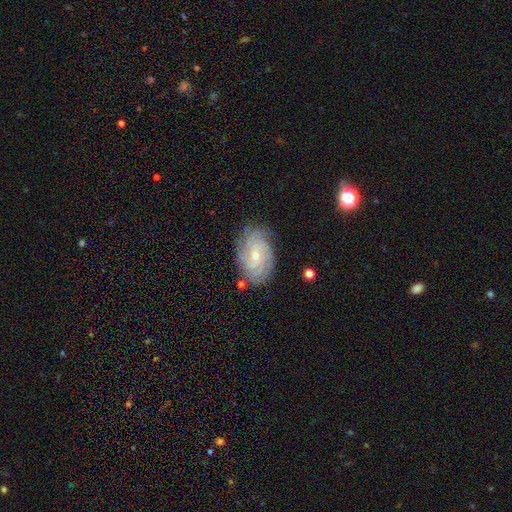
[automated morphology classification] featured or disk 82%, smooth 11%, star or artifact 7%. Down the decision tree: edge-on disk — no (97%); bar — no (47%); spiral arms — yes (97%); spiral arm count — can't tell (29%); spiral winding — tight (73%); bulge size — small (69%); merging — none (79%).